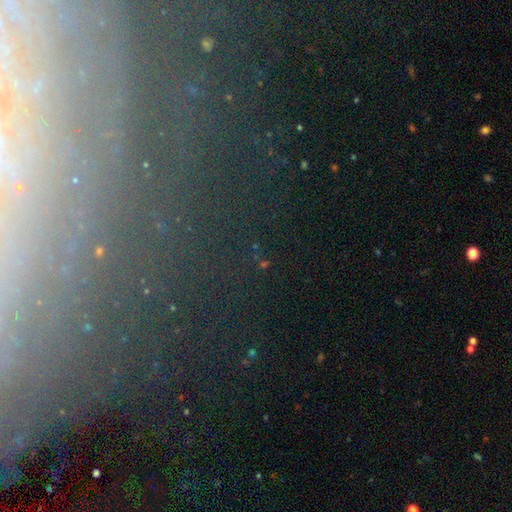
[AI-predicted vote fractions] smooth-or-featured: star or artifact: 43% | featured or disk: 38% | smooth: 19%